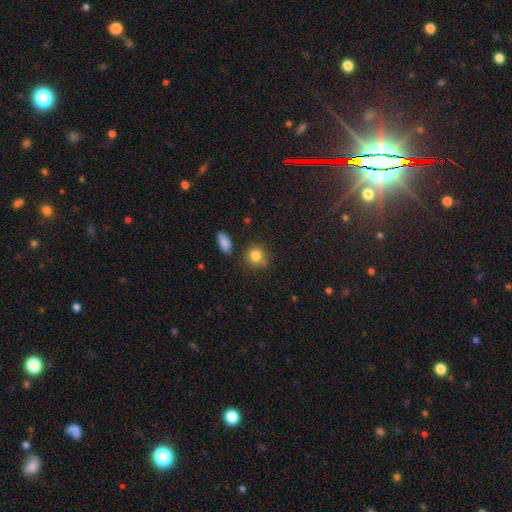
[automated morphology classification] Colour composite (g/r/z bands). It shows a smooth galaxy with no disk features (82%) that is round (80%). Merging: none (70%).